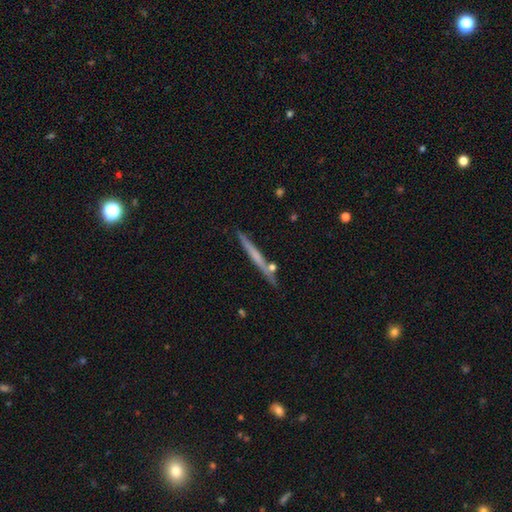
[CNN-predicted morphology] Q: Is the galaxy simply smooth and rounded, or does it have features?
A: featured or disk — 48%.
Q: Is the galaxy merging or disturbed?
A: none — 83%.